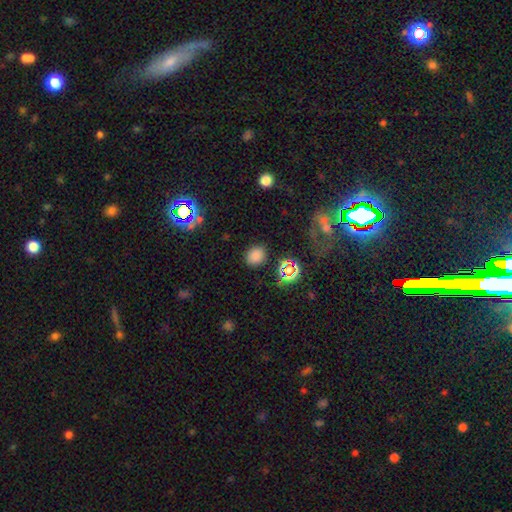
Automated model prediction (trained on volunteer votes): smooth 76%, star or artifact 18%, featured or disk 6%. Down the decision tree: how rounded — round (65%); merging — none (85%).